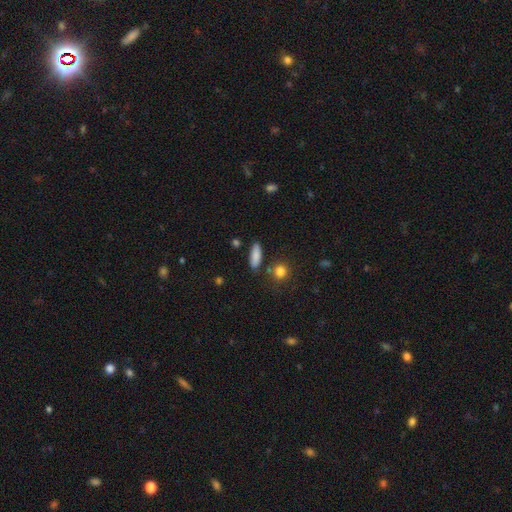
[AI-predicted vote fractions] Smooth or featured: smooth — 85% (featured or disk — 8%)
How rounded: in between — 56% (cigar-shaped — 40%)
Merging: none — 82% (minor disturbance — 11%)